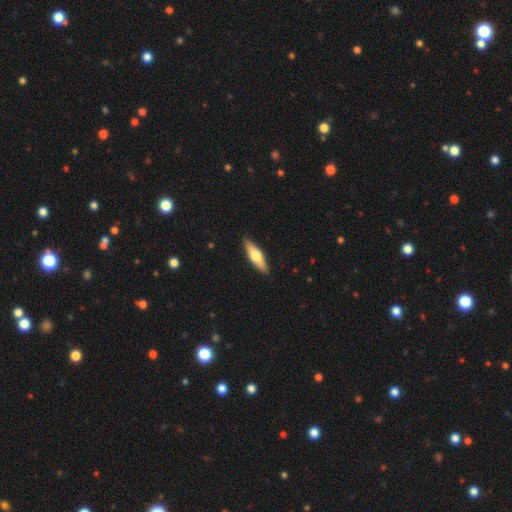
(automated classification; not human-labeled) A smooth galaxy with no disk features (50%).

Vote fractions:
- Smooth or featured? smooth: 50% / featured or disk: 45% / star or artifact: 5%
- Merging? none: 90% / minor disturbance: 7% / major disturbance: 1% / merger: 1%